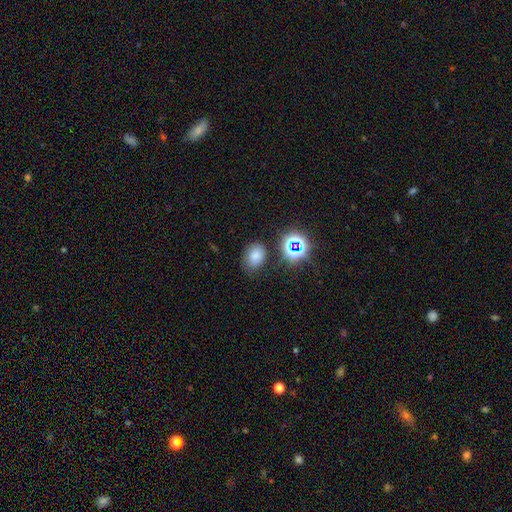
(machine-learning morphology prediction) This is likely a smooth galaxy (70%). How rounded: likely in between (69%). Merging: likely none (71%).